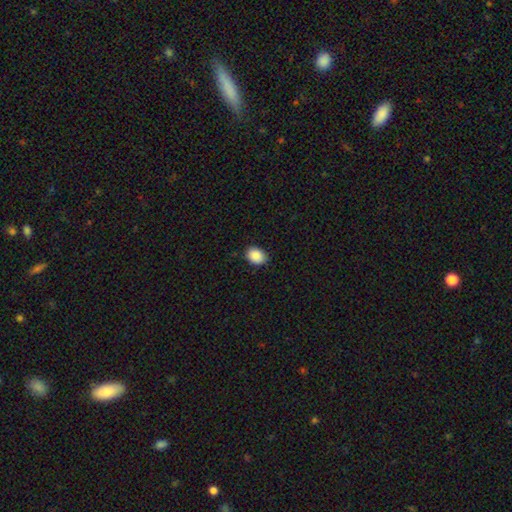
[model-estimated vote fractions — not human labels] Morphology: type=smooth (89%); roundness=in between (67%); merging=none (86%).